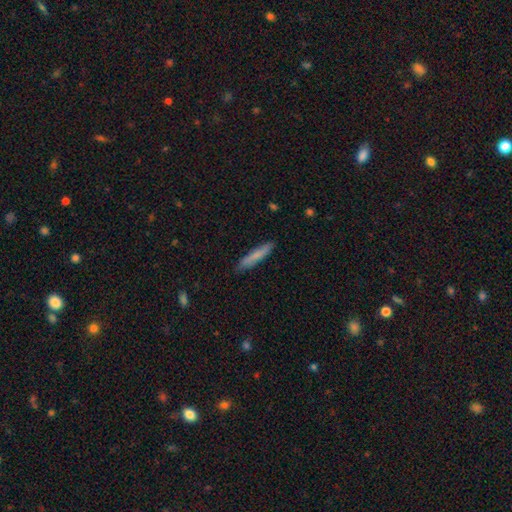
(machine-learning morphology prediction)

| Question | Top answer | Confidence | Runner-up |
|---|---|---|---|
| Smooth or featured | smooth | 76% | featured or disk (18%) |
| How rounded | cigar-shaped | 93% | in between (6%) |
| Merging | none | 88% | minor disturbance (9%) |